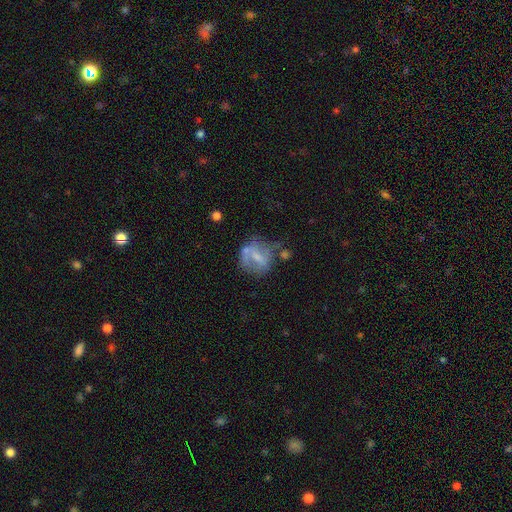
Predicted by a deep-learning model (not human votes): Morphology: type=featured or disk (50%); merging=none (43%).